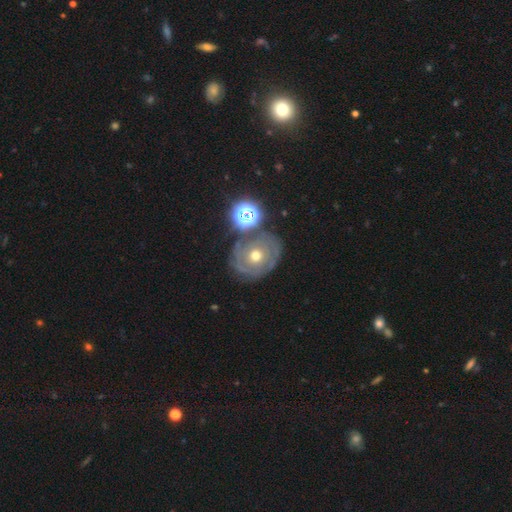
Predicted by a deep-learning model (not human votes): This is likely a featured or disk galaxy (70%). It is clearly not viewed edge-on (97%). Bar: clearly no (87%). Spiral arm pattern: likely yes (69%). Central bulge: likely moderate (71%). Merging: likely none (65%).